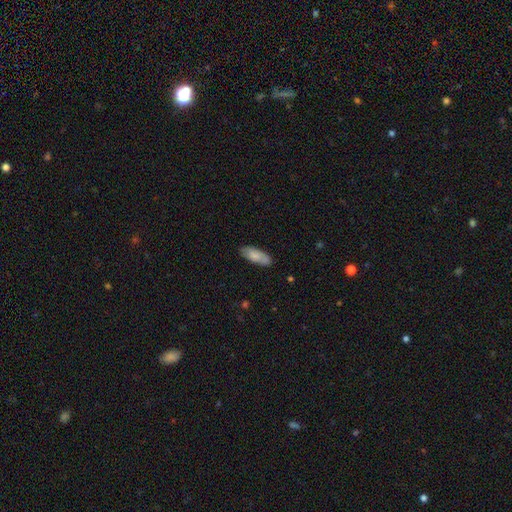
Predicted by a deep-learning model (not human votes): A smooth galaxy with no disk features (80%) that is in between round and cigar-shaped (73%).

Vote fractions:
- Smooth or featured? smooth: 80% / featured or disk: 15% / star or artifact: 6%
- How rounded? in between: 73% / cigar-shaped: 25% / round: 2%
- Merging? none: 83% / minor disturbance: 14% / major disturbance: 2% / merger: 1%